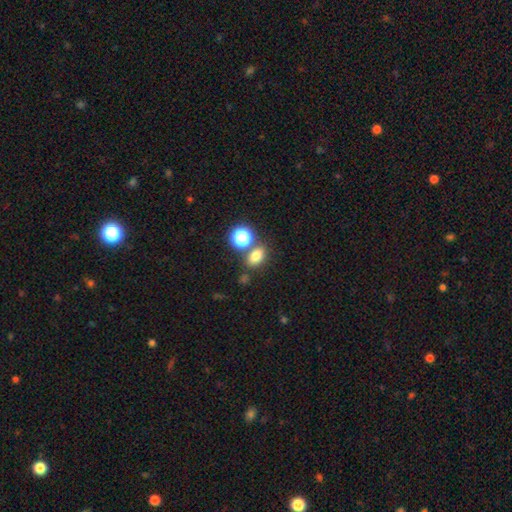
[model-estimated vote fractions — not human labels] smooth_or_featured: smooth (p=0.75) [alt: star or artifact p=0.17]
how_rounded: in between (p=0.65) [alt: round p=0.33]
merging: none (p=0.67) [alt: merger p=0.18]